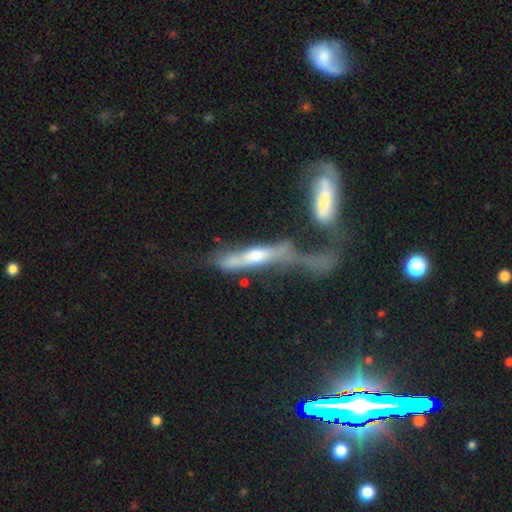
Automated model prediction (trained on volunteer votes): Overall: featured or disk (63%; smooth 25%). Edge-on disk: yes (70%). Merging: merger (36%; none 28%).